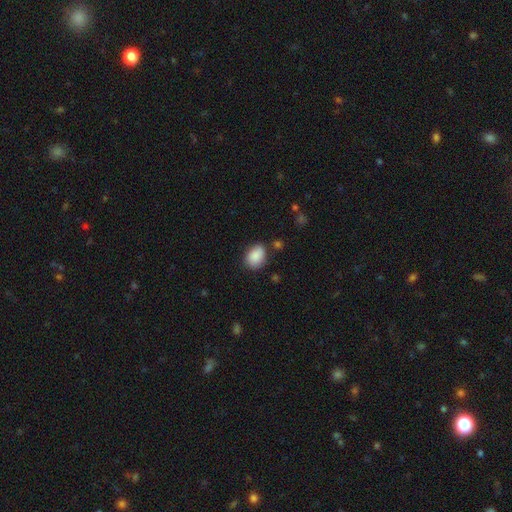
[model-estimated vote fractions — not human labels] The model was most divided on "how rounded": in between: 72%, round: 27%, cigar-shaped: 1%. More confident: smooth or featured — smooth (87%); merging — none (71%).